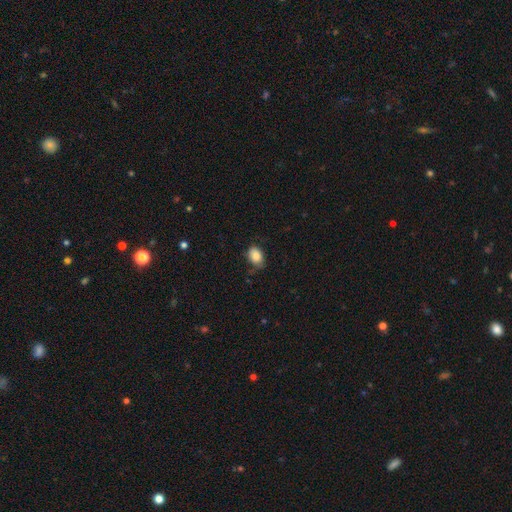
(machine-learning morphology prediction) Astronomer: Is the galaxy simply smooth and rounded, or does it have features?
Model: smooth — 86%.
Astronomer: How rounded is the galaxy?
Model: in between — 76%.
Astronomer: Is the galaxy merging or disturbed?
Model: none — 70%.